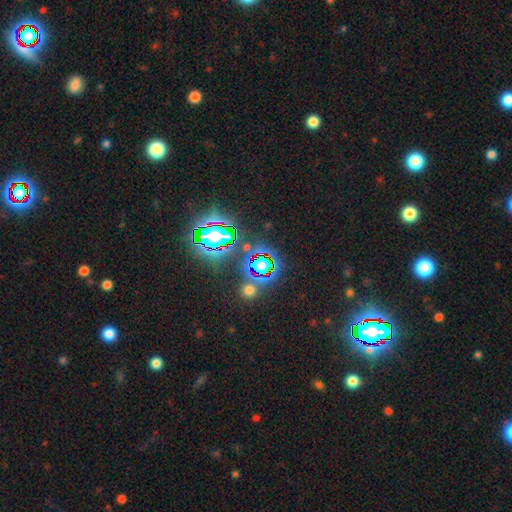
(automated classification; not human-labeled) A star or artifact, not a galaxy (81%).

Vote fractions:
- Smooth or featured? star or artifact: 81% / smooth: 12% / featured or disk: 7%